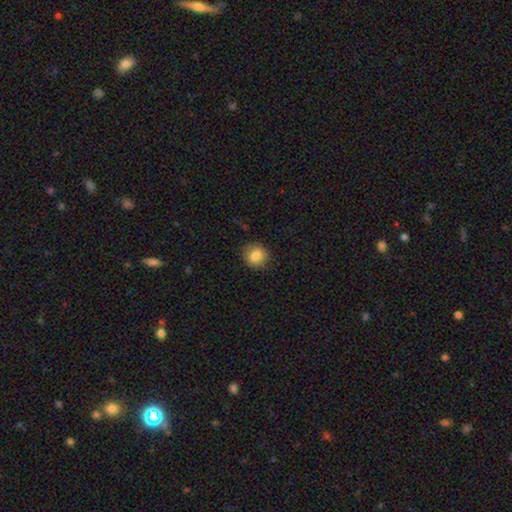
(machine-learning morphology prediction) Smooth or featured? smooth (85%)
How rounded? round (86%)
Merging? none (87%)